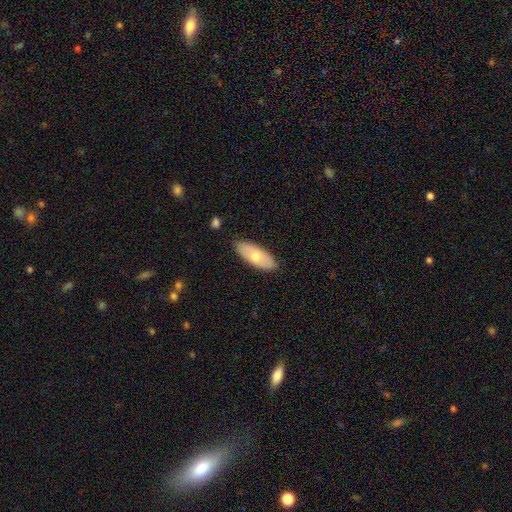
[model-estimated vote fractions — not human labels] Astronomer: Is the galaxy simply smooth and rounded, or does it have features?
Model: smooth — 63%.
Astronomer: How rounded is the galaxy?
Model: in between — 83%.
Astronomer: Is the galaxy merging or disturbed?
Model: none — 85%.